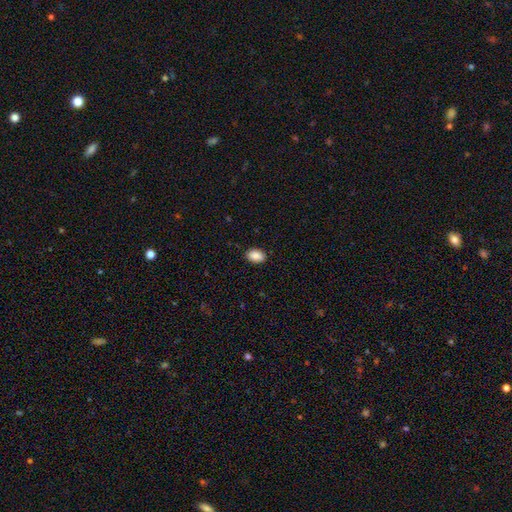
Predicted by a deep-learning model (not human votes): Smooth or featured?
  - smooth: 89% *
  - star or artifact: 7%
  - featured or disk: 3%
How rounded?
  - in between: 86% *
  - round: 12%
  - cigar-shaped: 1%
Merging?
  - none: 88% *
  - minor disturbance: 9%
  - major disturbance: 2%
  - merger: 1%